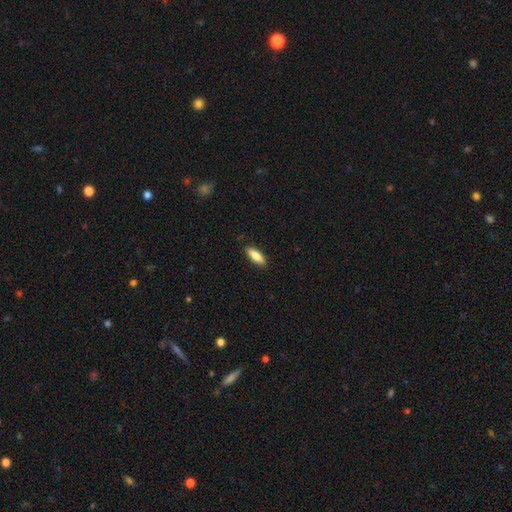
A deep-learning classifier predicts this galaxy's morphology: This is likely a smooth galaxy (80%). How rounded: possibly in between (59%). Merging: clearly none (88%).